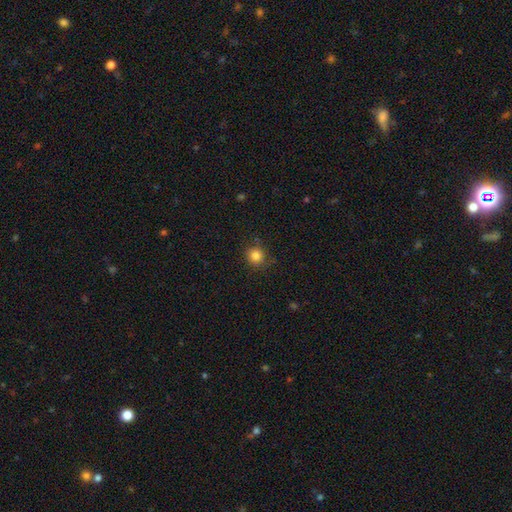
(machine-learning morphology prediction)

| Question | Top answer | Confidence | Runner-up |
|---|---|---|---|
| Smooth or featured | smooth | 84% | star or artifact (12%) |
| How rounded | round | 92% | in between (7%) |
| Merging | none | 85% | minor disturbance (10%) |